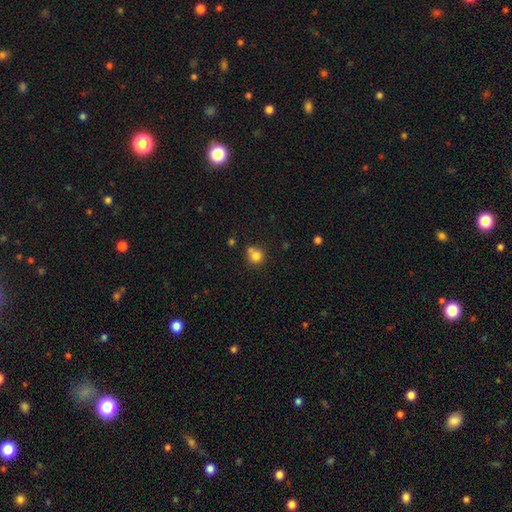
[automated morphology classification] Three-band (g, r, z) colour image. It shows a smooth galaxy with no disk features (80%) that is round (88%). Merging: none (58%).